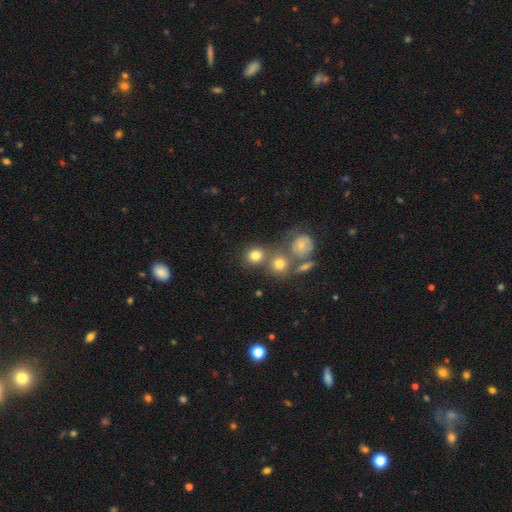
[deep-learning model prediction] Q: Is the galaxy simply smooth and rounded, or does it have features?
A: smooth — 74%.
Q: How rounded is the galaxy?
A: round — 84%.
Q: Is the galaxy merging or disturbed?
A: none — 55%.